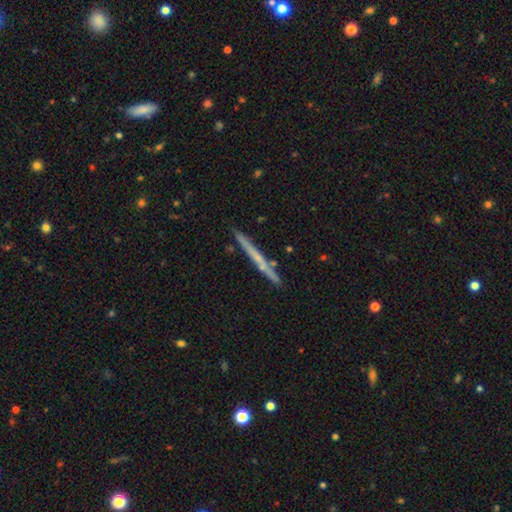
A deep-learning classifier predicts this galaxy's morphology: smooth-or-featured: featured or disk: 58% | smooth: 36% | star or artifact: 6%
  disk-edge-on: yes: 97% | no: 3%
    edge-on-bulge: none: 79% | rounded: 17% | boxy: 5%
  merging: none: 89% | minor disturbance: 8% | merger: 2% | major disturbance: 1%